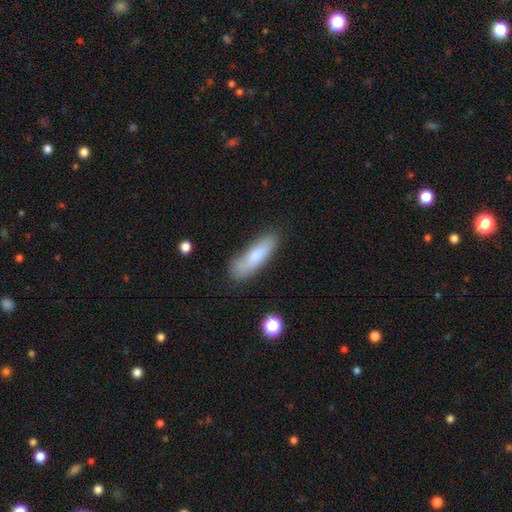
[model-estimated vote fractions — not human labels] smooth-or-featured: smooth: 79% | featured or disk: 14% | star or artifact: 7%
  how-rounded: cigar-shaped: 60% | in between: 38% | round: 2%
  merging: none: 73% | minor disturbance: 19% | major disturbance: 5% | merger: 3%